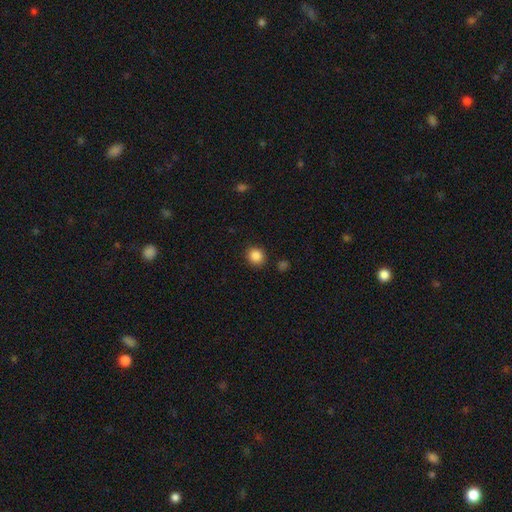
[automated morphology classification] Smooth or featured: smooth — 87% (star or artifact — 10%)
How rounded: round — 84% (in between — 15%)
Merging: none — 87% (minor disturbance — 8%)